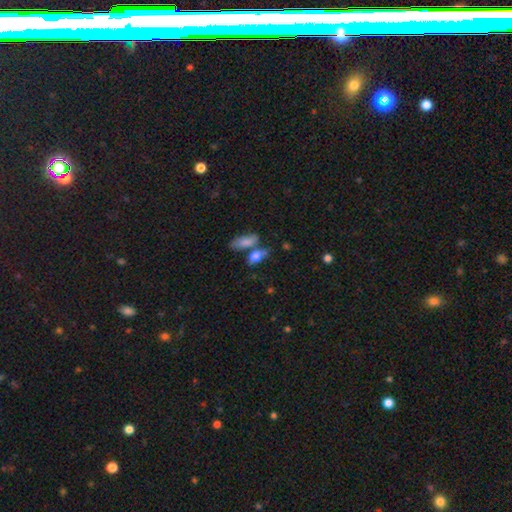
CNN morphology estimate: Smooth or featured: smooth — 72% (featured or disk — 19%)
How rounded: in between — 71% (cigar-shaped — 21%)
Merging: none — 52% (merger — 27%)